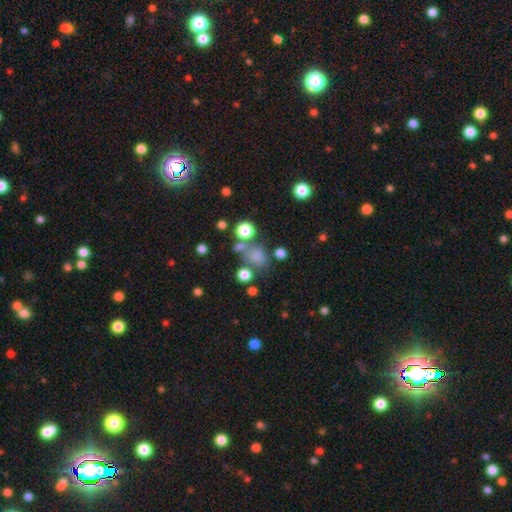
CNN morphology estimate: Overall: smooth (70%). How rounded: round (60%; in between 39%). Merging: none (57%; merger 18%).